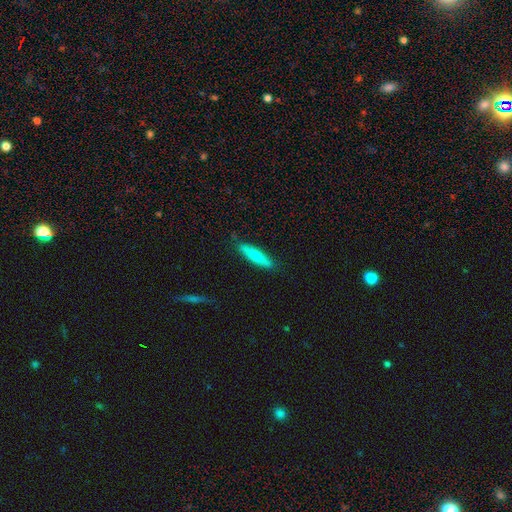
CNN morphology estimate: Overall: smooth (61%; featured or disk 33%). How rounded: cigar-shaped (75%). Merging: none (85%).